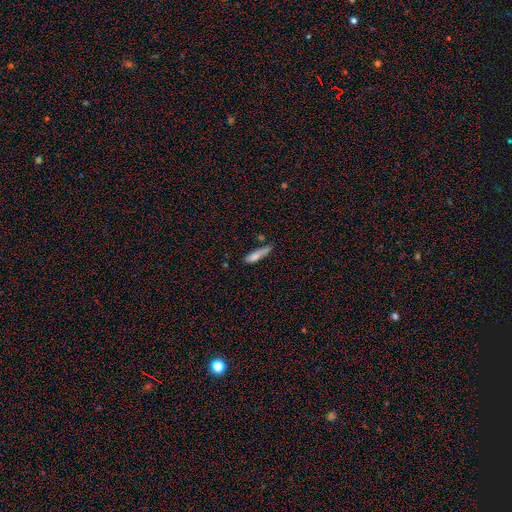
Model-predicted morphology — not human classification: Smooth or featured? Predicted: smooth (p=0.79). How rounded? Predicted: cigar-shaped (p=0.70). Merging? Predicted: none (p=0.56).